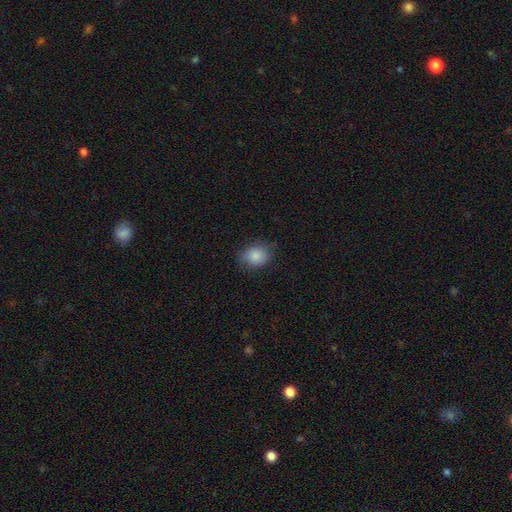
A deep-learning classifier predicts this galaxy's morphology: This is clearly a smooth galaxy (85%). How rounded: possibly round (57%). Merging: likely none (76%).